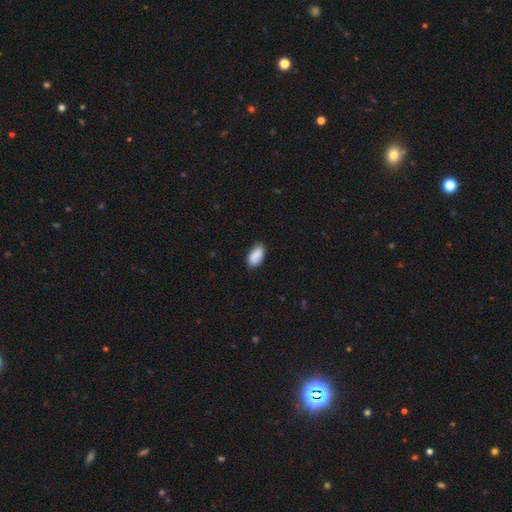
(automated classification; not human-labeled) The model was most divided on "merging": none: 77%, minor disturbance: 18%, major disturbance: 3%, merger: 2%. More confident: how rounded — in between (93%); smooth or featured — smooth (86%).